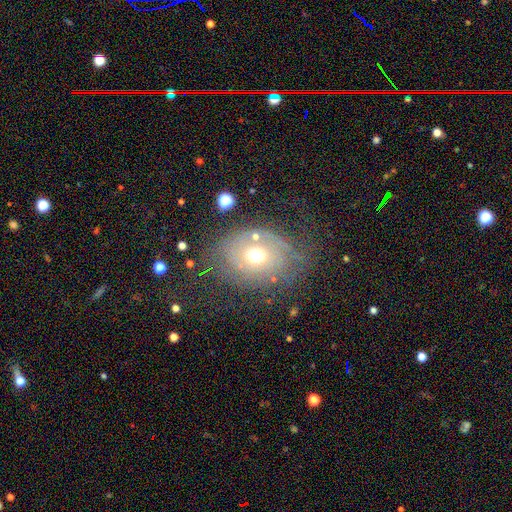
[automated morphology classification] Q: Smooth or featured?
A: featured or disk (60%); runner-up: smooth (28%)
Q: Edge-on disk?
A: no (95%); runner-up: yes (5%)
Q: Bar?
A: no (84%); runner-up: weak (13%)
Q: Spiral arms?
A: yes (66%); runner-up: no (34%)
Q: Bulge size?
A: moderate (71%); runner-up: small (13%)
Q: Merging?
A: none (60%); runner-up: minor disturbance (21%)